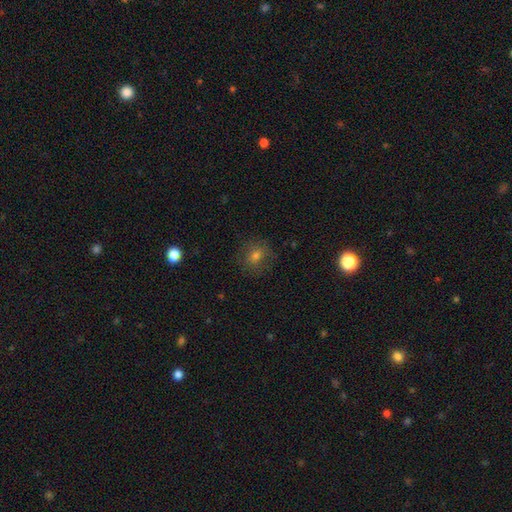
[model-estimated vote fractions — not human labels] Smooth or featured? smooth (68%)
How rounded? round (75%)
Merging? none (78%)